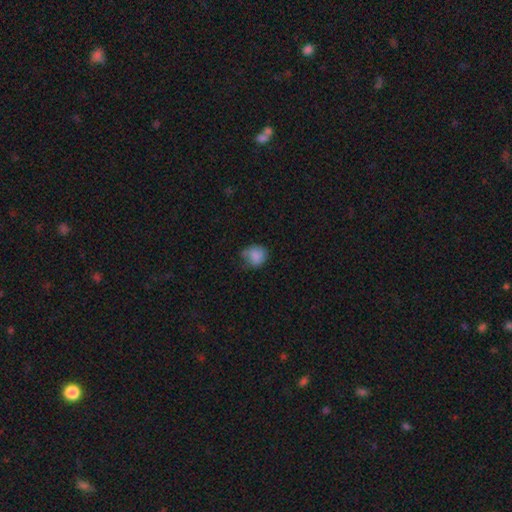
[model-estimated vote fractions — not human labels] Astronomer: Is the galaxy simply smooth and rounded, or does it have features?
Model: smooth — 80%.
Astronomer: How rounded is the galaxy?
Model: round — 71%.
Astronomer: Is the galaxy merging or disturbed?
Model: none — 51% (runner-up: minor disturbance, 35%).